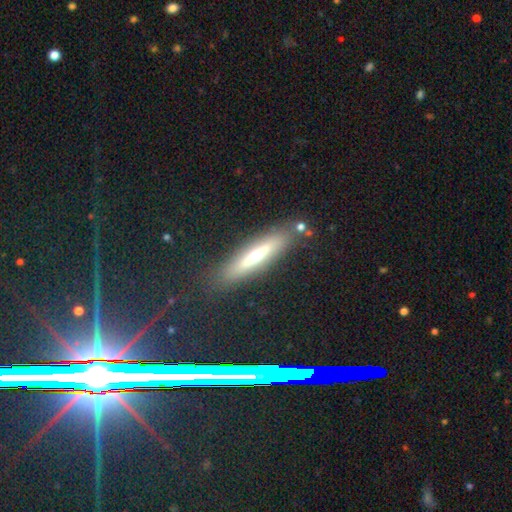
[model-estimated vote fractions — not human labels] Q: Smooth or featured?
A: smooth (41%); runner-up: featured or disk (36%)
Q: Merging?
A: none (83%); runner-up: minor disturbance (12%)